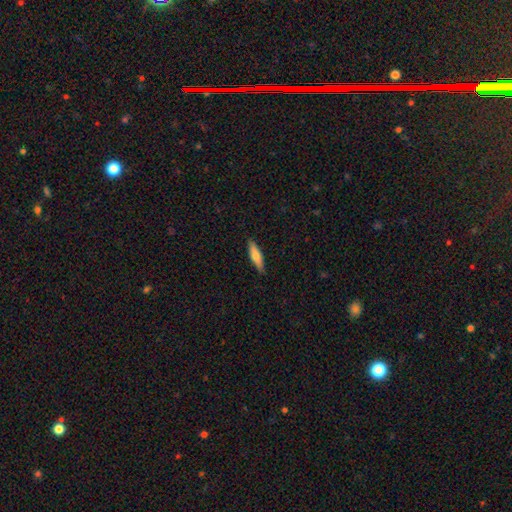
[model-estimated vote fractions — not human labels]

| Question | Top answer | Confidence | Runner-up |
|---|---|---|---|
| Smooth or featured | smooth | 64% | featured or disk (31%) |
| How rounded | cigar-shaped | 74% | in between (25%) |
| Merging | none | 89% | minor disturbance (8%) |